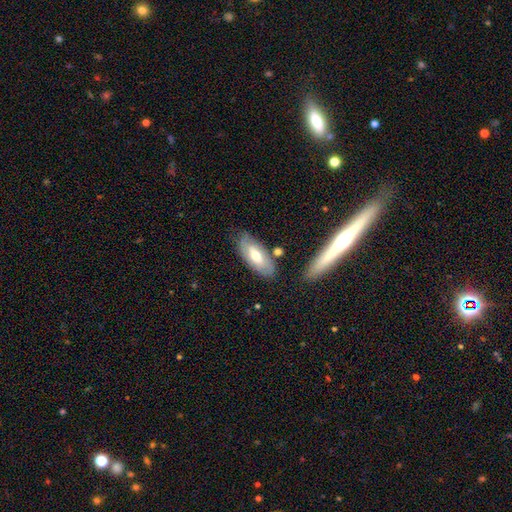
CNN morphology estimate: Smooth or featured: smooth — 55% (featured or disk — 39%)
How rounded: in between — 81% (cigar-shaped — 17%)
Merging: none — 74% (minor disturbance — 16%)